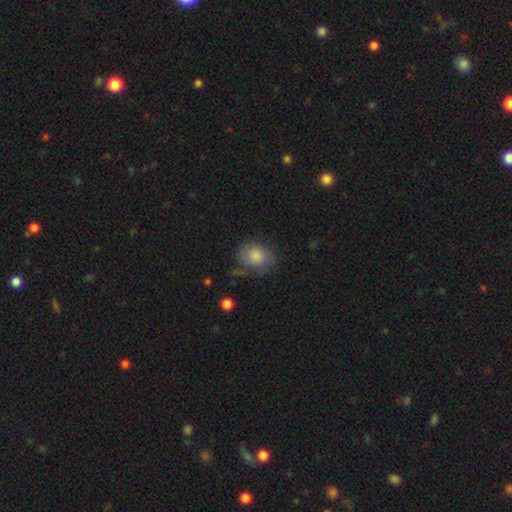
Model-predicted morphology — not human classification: The model was most divided on "how rounded": round: 50%, in between: 49%, cigar-shaped: 1%. More confident: smooth or featured — smooth (67%); merging — none (58%).